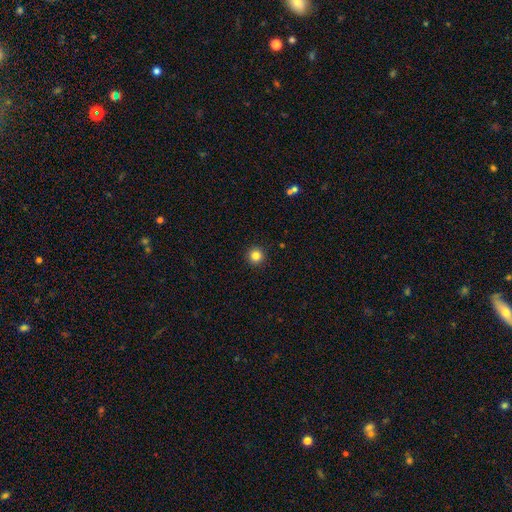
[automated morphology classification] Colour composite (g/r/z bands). It shows a smooth galaxy with no disk features (84%) that is round (96%). Merging: none (93%).